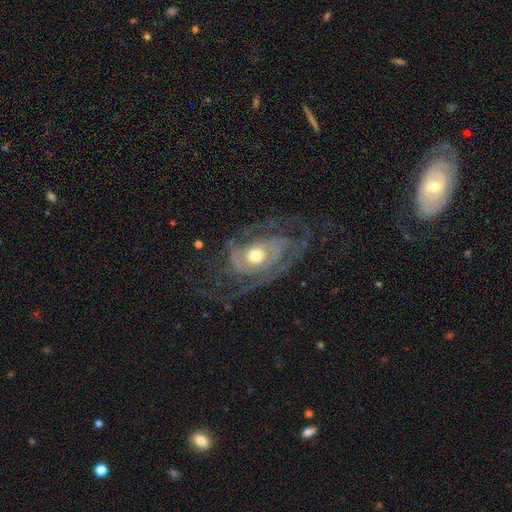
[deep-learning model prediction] Morphology: type=featured or disk (85%); edge-on=no (96%); bar=no (78%); spiral arms=yes (91%); winding=tight (48%); arm count=can't tell (28%, tied with 2); bulge=moderate (67%); merging=none (57%).